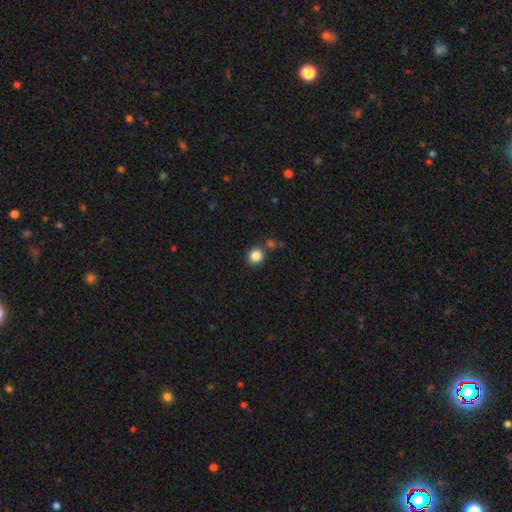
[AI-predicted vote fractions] Q: Smooth or featured?
A: smooth (86%); runner-up: star or artifact (10%)
Q: How rounded?
A: round (87%); runner-up: in between (12%)
Q: Merging?
A: none (80%); runner-up: merger (9%)